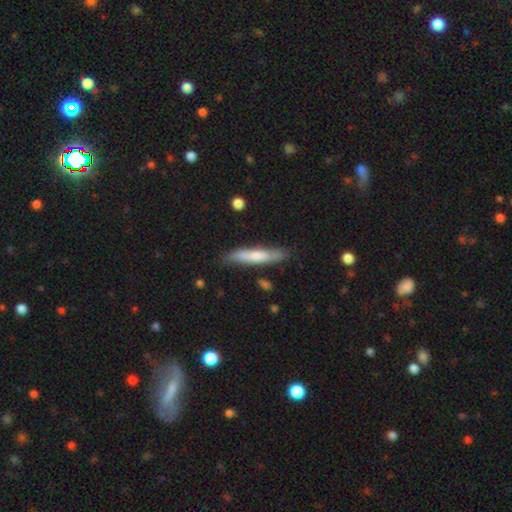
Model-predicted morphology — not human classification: A smooth galaxy with no disk features (60%) that is cigar-shaped (89%). Merging: none (82%).